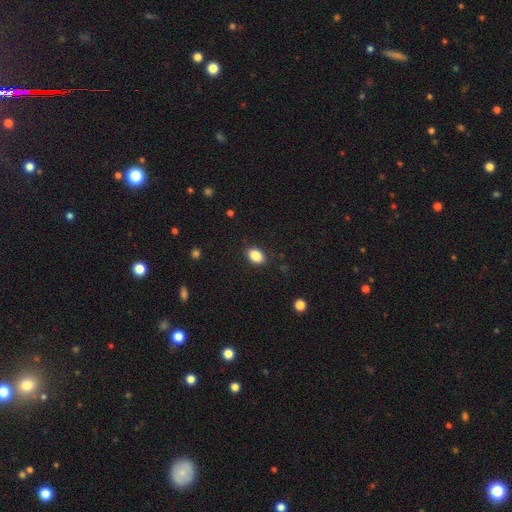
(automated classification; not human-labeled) This is clearly a smooth galaxy (87%). How rounded: clearly in between (80%). Merging: clearly none (88%).